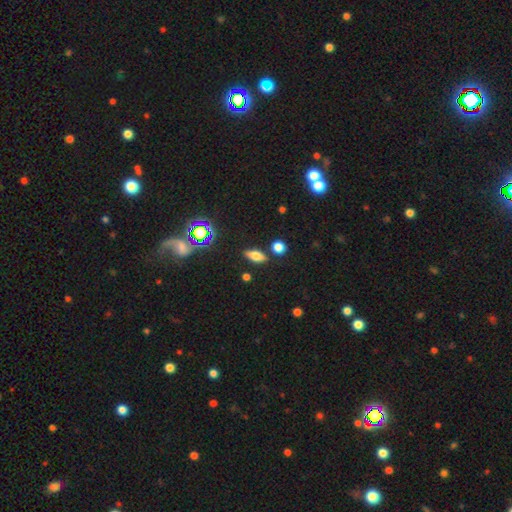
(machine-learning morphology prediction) This is likely a smooth galaxy (65%). How rounded: likely in between (70%). Merging: clearly none (83%).